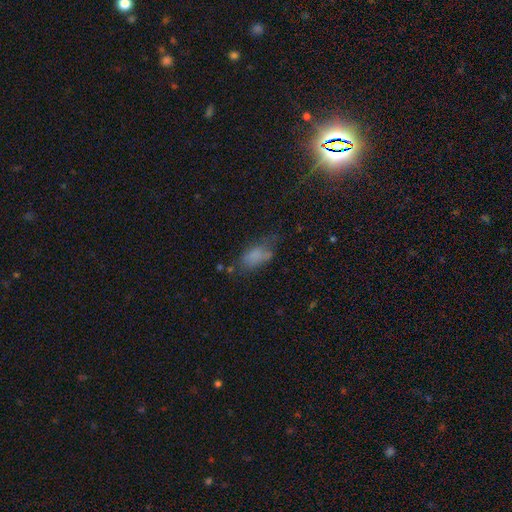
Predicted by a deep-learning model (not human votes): smooth_or_featured: smooth (p=0.70) [alt: featured or disk p=0.16]
how_rounded: in between (p=0.87) [alt: cigar-shaped p=0.08]
merging: none (p=0.40) [alt: minor disturbance p=0.30]